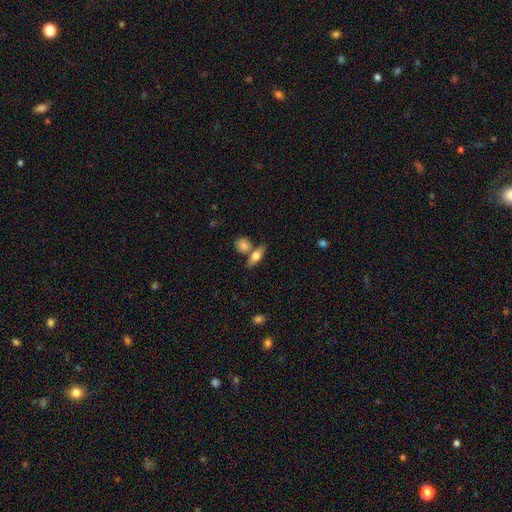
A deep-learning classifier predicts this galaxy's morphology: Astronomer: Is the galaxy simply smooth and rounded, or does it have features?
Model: smooth — 59%.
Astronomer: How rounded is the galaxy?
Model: in between — 56% (runner-up: cigar-shaped, 32%).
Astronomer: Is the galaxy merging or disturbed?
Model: none — 62%.